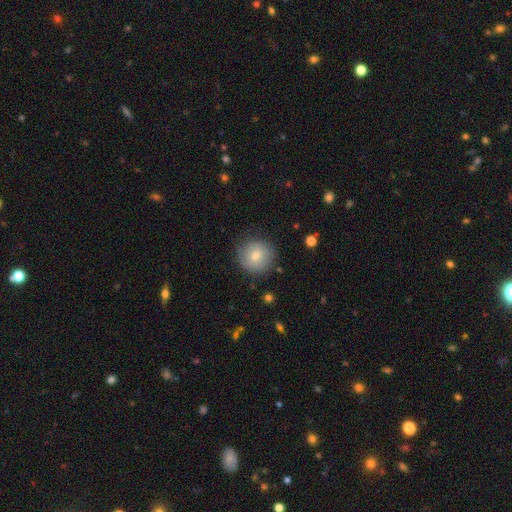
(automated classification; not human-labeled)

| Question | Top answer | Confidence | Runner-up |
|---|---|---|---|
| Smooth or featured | smooth | 64% | featured or disk (26%) |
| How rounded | round | 93% | in between (6%) |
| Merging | none | 81% | minor disturbance (13%) |